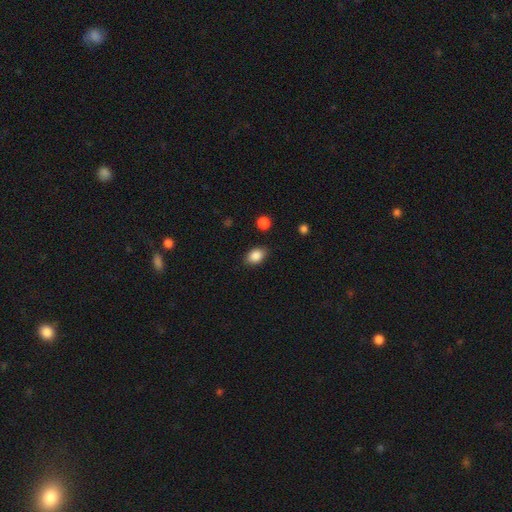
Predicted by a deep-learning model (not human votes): Overall: smooth (87%). How rounded: in between (81%). Merging: none (84%).